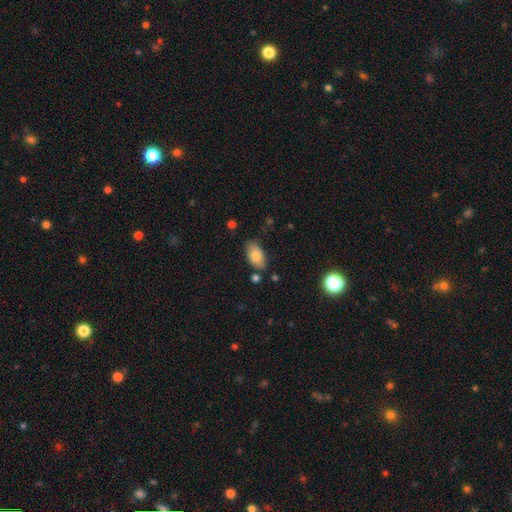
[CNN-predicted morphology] The model was most divided on "merging": none: 75%, minor disturbance: 18%, merger: 4%, major disturbance: 4%. More confident: how rounded — in between (93%); smooth or featured — smooth (81%).